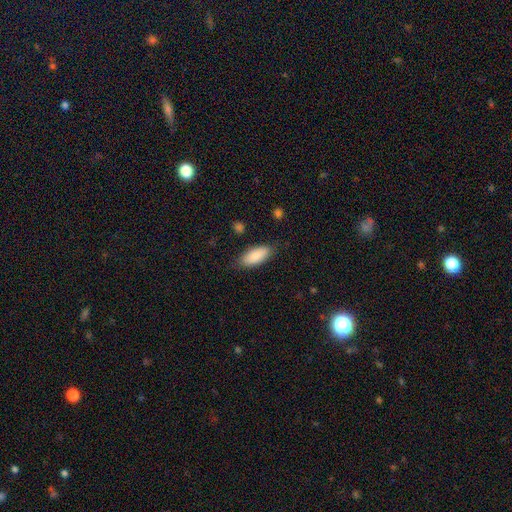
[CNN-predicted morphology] smooth_or_featured: smooth (p=0.87) [alt: featured or disk p=0.07]
how_rounded: in between (p=0.84) [alt: cigar-shaped p=0.14]
merging: none (p=0.82) [alt: minor disturbance p=0.14]